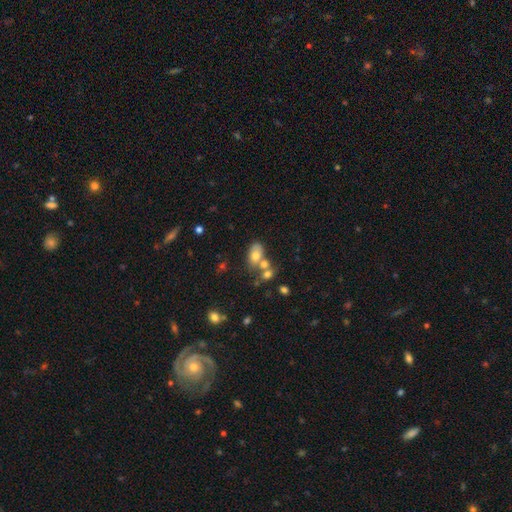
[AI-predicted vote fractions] Q: Smooth or featured?
A: smooth (68%); runner-up: featured or disk (21%)
Q: How rounded?
A: in between (84%); runner-up: round (14%)
Q: Merging?
A: merger (46%); runner-up: none (34%)